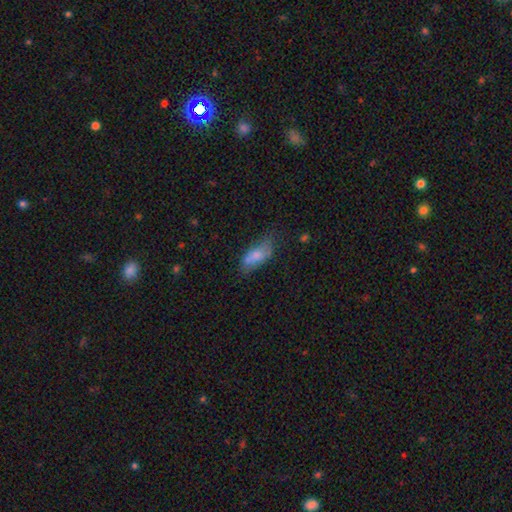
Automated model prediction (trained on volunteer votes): Overall: smooth (74%). How rounded: in between (80%). Merging: none (51%; minor disturbance 31%).